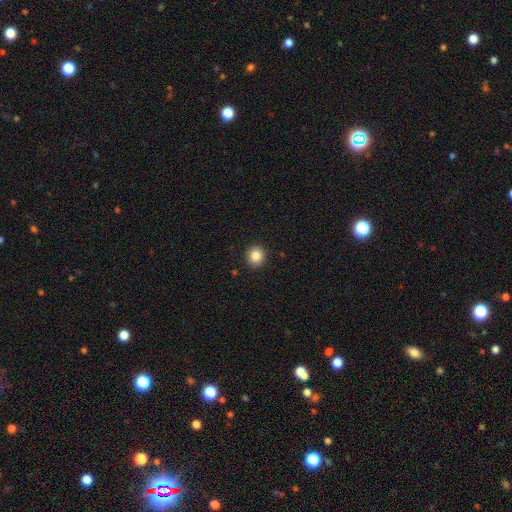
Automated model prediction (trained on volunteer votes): This appears to be a smooth galaxy with no disk features (85%) that is round (90%). Merging: none (92%).